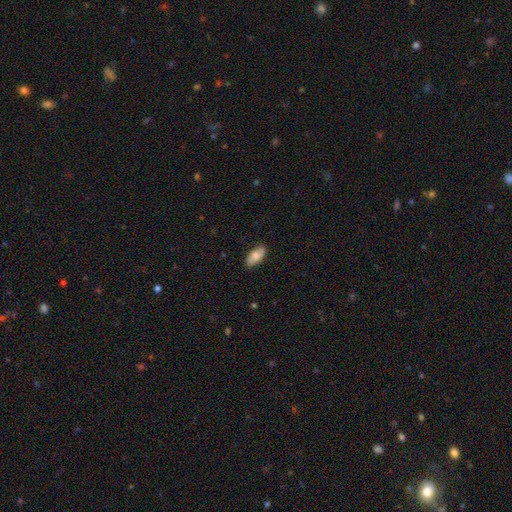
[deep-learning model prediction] The model was most divided on "smooth or featured": smooth: 79%, featured or disk: 15%, star or artifact: 6%. More confident: how rounded — in between (92%); merging — none (82%).